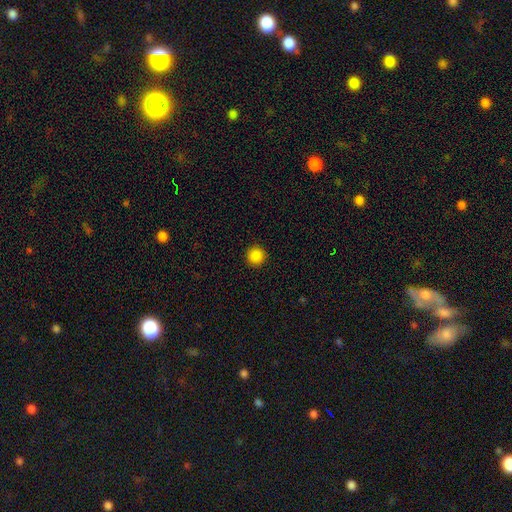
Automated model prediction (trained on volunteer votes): Smooth or featured? smooth (86%)
How rounded? round (95%)
Merging? none (93%)